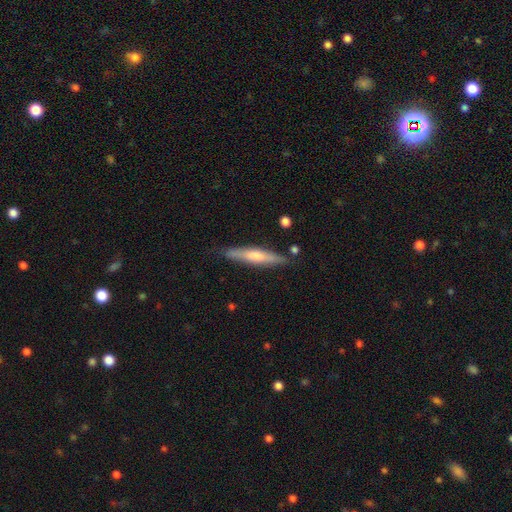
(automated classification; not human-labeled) smooth-or-featured: featured or disk: 58% | smooth: 34% | star or artifact: 8%
  disk-edge-on: yes: 93% | no: 7%
    edge-on-bulge: rounded: 77% | none: 15% | boxy: 8%
  merging: none: 84% | minor disturbance: 12% | major disturbance: 2% | merger: 2%